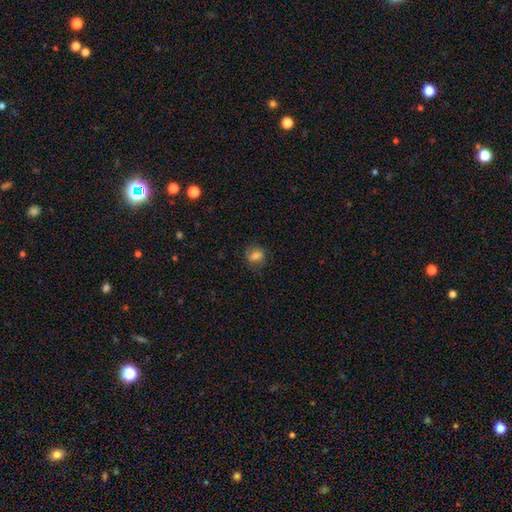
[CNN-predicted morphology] This is likely a smooth galaxy (71%). How rounded: possibly round (52%). Merging: likely none (72%).